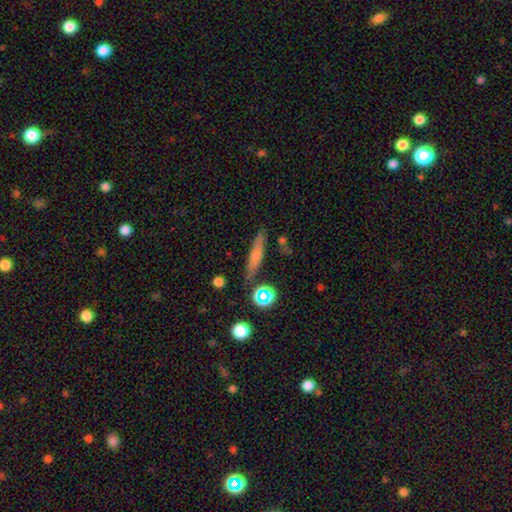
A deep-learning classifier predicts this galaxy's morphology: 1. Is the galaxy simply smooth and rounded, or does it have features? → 55% featured or disk, 31% smooth, 15% star or artifact.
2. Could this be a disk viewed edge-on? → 91% yes, 9% no.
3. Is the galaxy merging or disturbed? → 80% none, 10% minor disturbance, 6% merger, 4% major disturbance.